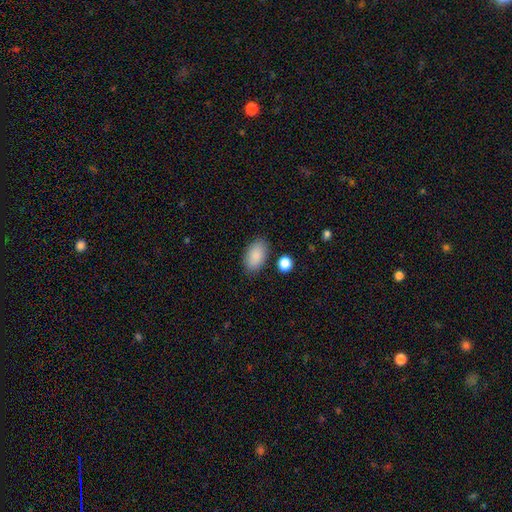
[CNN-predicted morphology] Smooth or featured: smooth — 88% (star or artifact — 7%)
How rounded: in between — 93% (round — 6%)
Merging: none — 83% (minor disturbance — 11%)